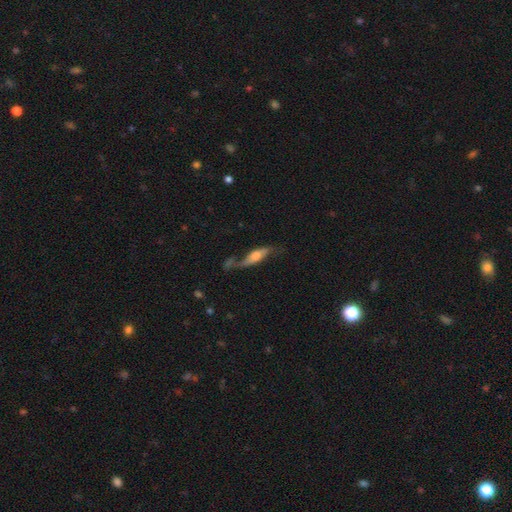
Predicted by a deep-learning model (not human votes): smooth-or-featured: featured or disk: 63% | smooth: 29% | star or artifact: 8%
  disk-edge-on: yes: 54% | no: 46%
  merging: none: 46% | minor disturbance: 22% | major disturbance: 18% | merger: 13%